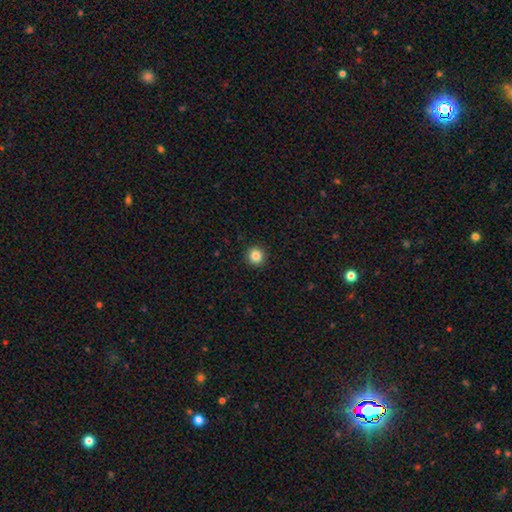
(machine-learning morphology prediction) Smooth or featured? Predicted: smooth (p=0.85). How rounded? Predicted: round (p=0.94). Merging? Predicted: none (p=0.93).